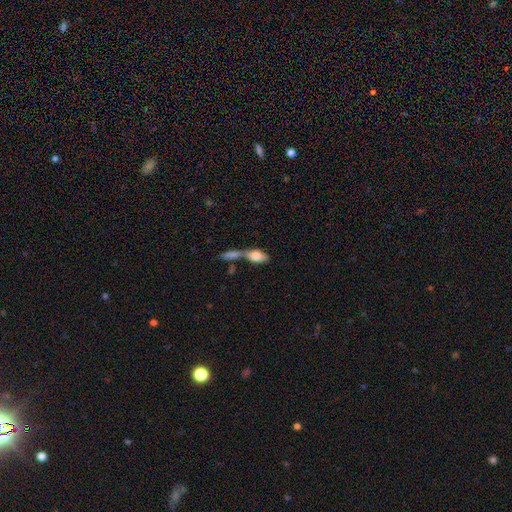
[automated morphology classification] Smooth or featured? Predicted: smooth (p=0.76). How rounded? Predicted: in between (p=0.82). Merging? Predicted: merger (p=0.65).